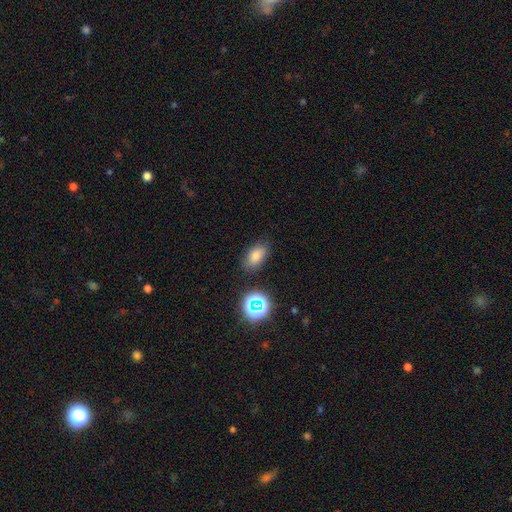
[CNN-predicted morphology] Smooth or featured? Predicted: smooth (p=0.72). How rounded? Predicted: in between (p=0.86). Merging? Predicted: none (p=0.81).